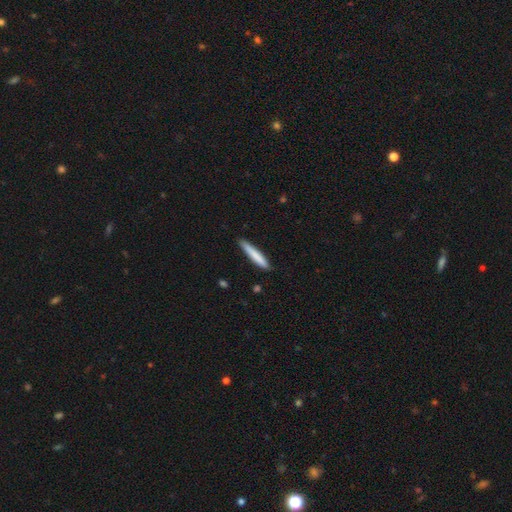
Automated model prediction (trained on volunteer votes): Smooth or featured: smooth — 80% (featured or disk — 15%)
How rounded: cigar-shaped — 93% (in between — 5%)
Merging: none — 86% (minor disturbance — 11%)